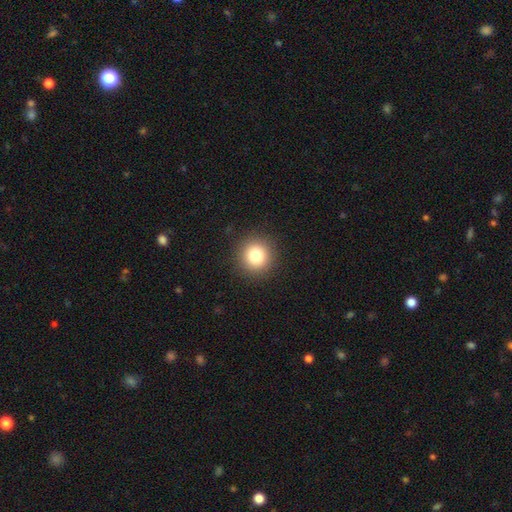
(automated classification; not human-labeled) Q: Smooth or featured?
A: smooth (82%); runner-up: star or artifact (11%)
Q: How rounded?
A: round (92%); runner-up: in between (7%)
Q: Merging?
A: none (91%); runner-up: minor disturbance (6%)